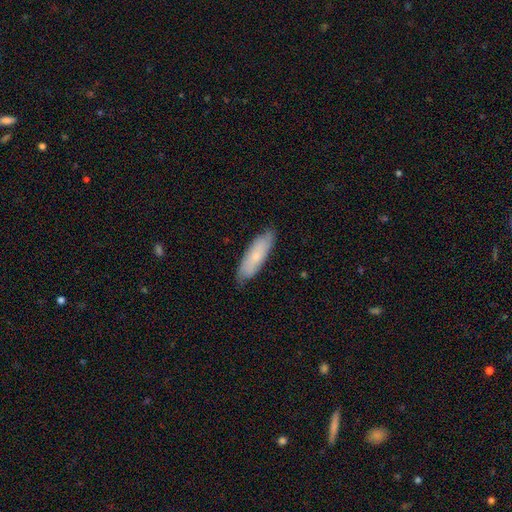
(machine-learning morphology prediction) A smooth galaxy with no disk features (63%) that is cigar-shaped (58%).

Vote fractions:
- Smooth or featured? smooth: 63% / featured or disk: 31% / star or artifact: 6%
- How rounded? cigar-shaped: 58% / in between: 41% / round: 2%
- Merging? none: 81% / minor disturbance: 15% / major disturbance: 2% / merger: 1%